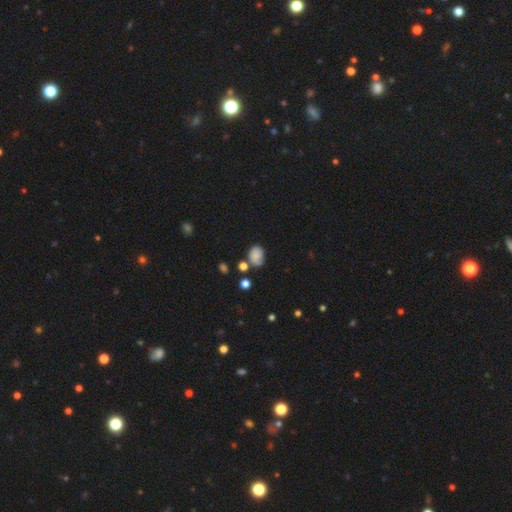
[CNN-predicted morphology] Smooth or featured? Predicted: smooth (p=0.77). How rounded? Predicted: in between (p=0.65). Merging? Predicted: none (p=0.55).